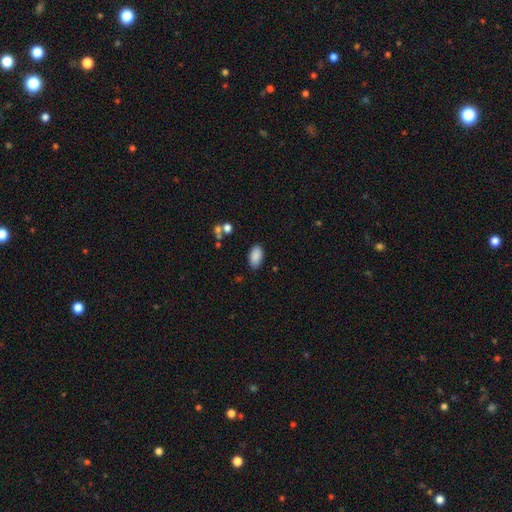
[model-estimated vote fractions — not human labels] smooth-or-featured: smooth: 88% | star or artifact: 8% | featured or disk: 4%
  how-rounded: in between: 94% | round: 4% | cigar-shaped: 2%
  merging: none: 84% | minor disturbance: 11% | major disturbance: 3% | merger: 2%